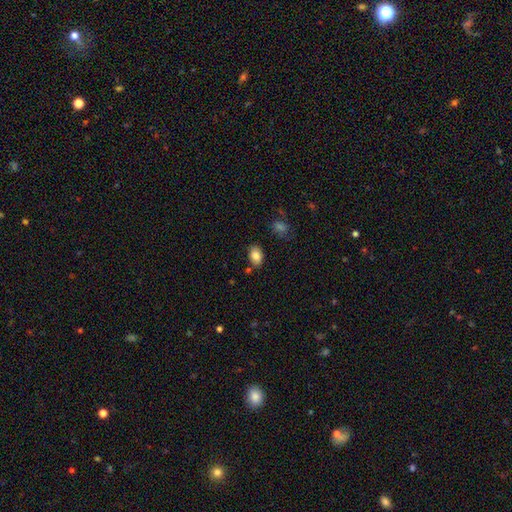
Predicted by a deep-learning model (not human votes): A smooth galaxy with no disk features (84%) that is in between round and cigar-shaped (82%).

Vote fractions:
- Smooth or featured? smooth: 84% / star or artifact: 8% / featured or disk: 8%
- How rounded? in between: 82% / round: 16% / cigar-shaped: 1%
- Merging? none: 74% / minor disturbance: 16% / merger: 6% / major disturbance: 4%